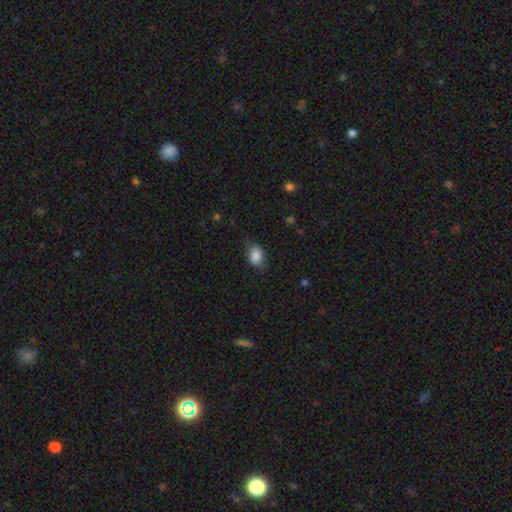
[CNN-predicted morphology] Smooth or featured? smooth (86%)
How rounded? in between (77%)
Merging? none (71%)